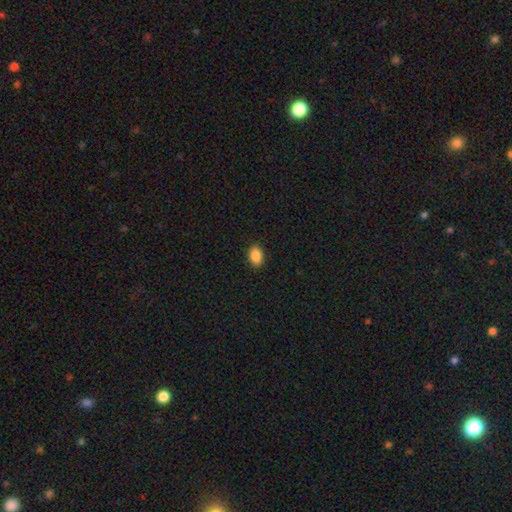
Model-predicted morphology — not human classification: Q: Smooth or featured?
A: smooth (88%); runner-up: star or artifact (8%)
Q: How rounded?
A: in between (86%); runner-up: round (12%)
Q: Merging?
A: none (90%); runner-up: minor disturbance (7%)